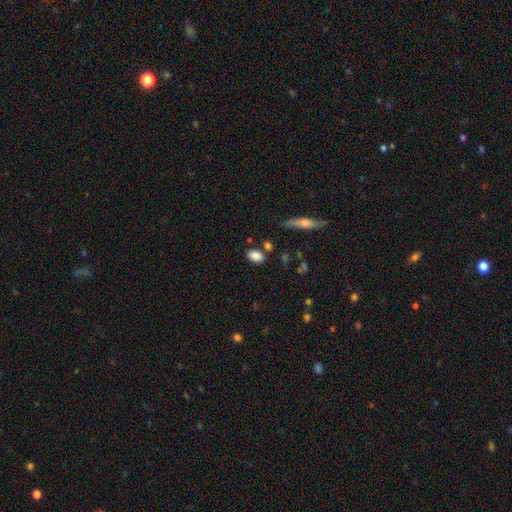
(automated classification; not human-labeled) smooth-or-featured: smooth: 86% | star or artifact: 8% | featured or disk: 6%
  how-rounded: in between: 86% | round: 11% | cigar-shaped: 3%
  merging: none: 77% | minor disturbance: 13% | merger: 7% | major disturbance: 4%